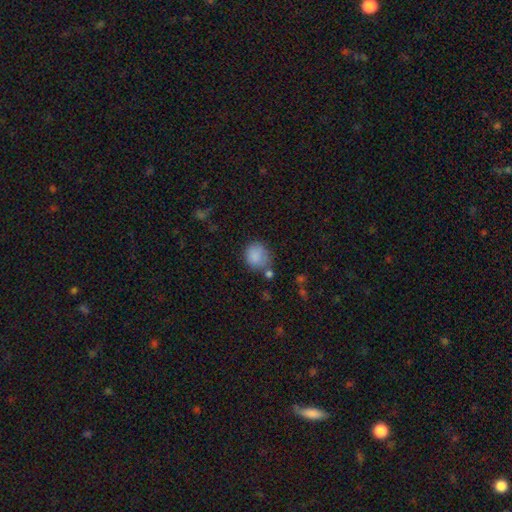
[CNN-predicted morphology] Smooth or featured?
  - smooth: 85% *
  - star or artifact: 9%
  - featured or disk: 6%
How rounded?
  - round: 79% *
  - in between: 20%
  - cigar-shaped: 1%
Merging?
  - none: 63% *
  - minor disturbance: 21%
  - merger: 9%
  - major disturbance: 7%